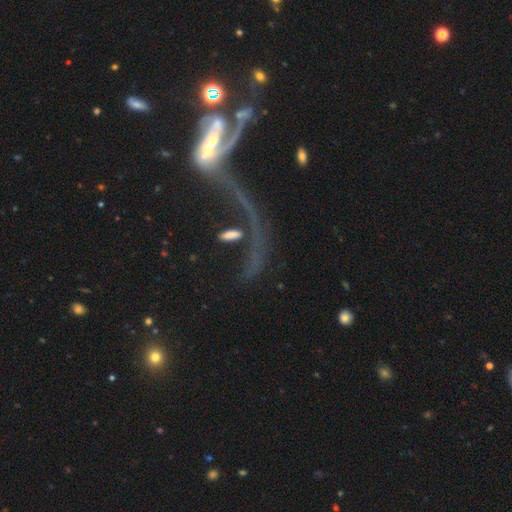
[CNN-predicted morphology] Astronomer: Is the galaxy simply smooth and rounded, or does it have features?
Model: featured or disk — 58%.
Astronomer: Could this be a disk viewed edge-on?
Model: no — 79%.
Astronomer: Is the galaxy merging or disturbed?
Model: merger — 42% (runner-up: major disturbance, 33%).